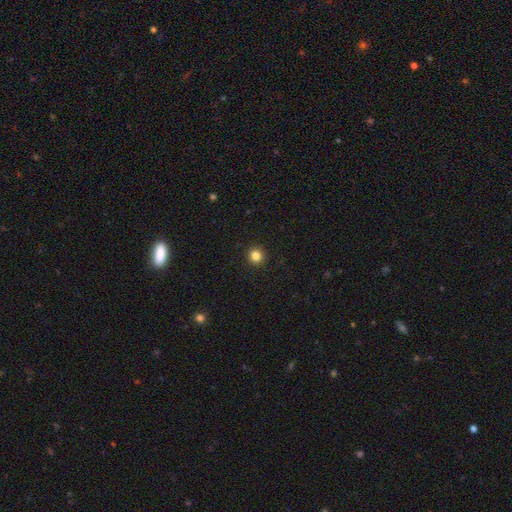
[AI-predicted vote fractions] A smooth galaxy with no disk features (83%) that is round (94%).

Vote fractions:
- Smooth or featured? smooth: 83% / star or artifact: 12% / featured or disk: 4%
- How rounded? round: 94% / in between: 5% / cigar-shaped: 1%
- Merging? none: 94% / minor disturbance: 4% / major disturbance: 1% / merger: 1%